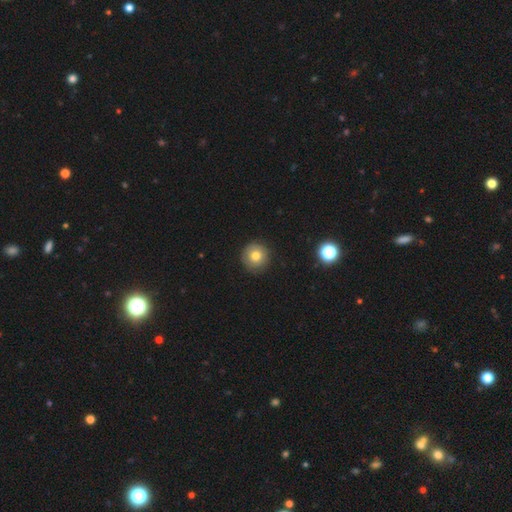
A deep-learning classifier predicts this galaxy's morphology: Q: Smooth or featured?
A: smooth (76%); runner-up: featured or disk (13%)
Q: How rounded?
A: round (95%); runner-up: in between (4%)
Q: Merging?
A: none (88%); runner-up: minor disturbance (8%)